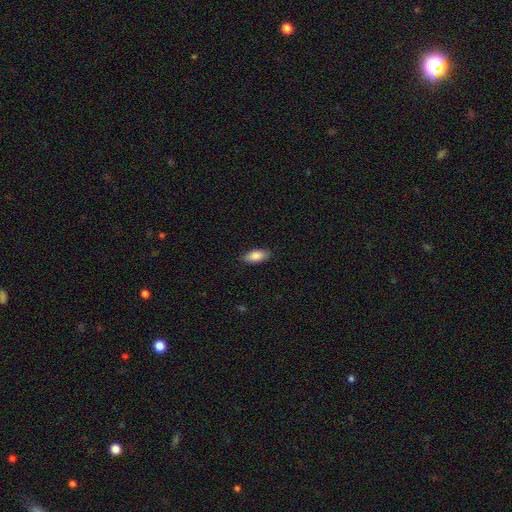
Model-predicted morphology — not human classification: Smooth or featured: smooth — 86% (featured or disk — 8%)
How rounded: in between — 86% (cigar-shaped — 11%)
Merging: none — 87% (minor disturbance — 10%)